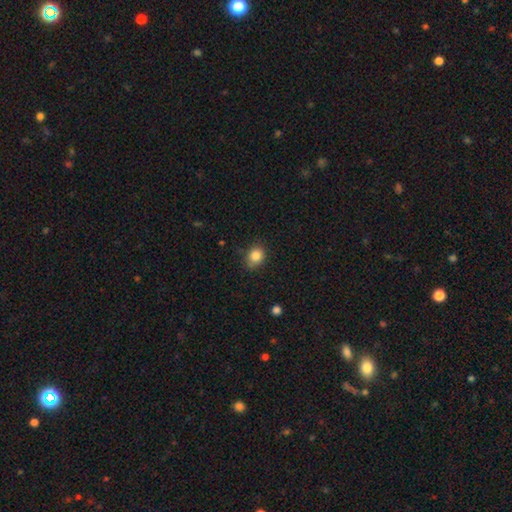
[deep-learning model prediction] smooth_or_featured: smooth (p=0.84) [alt: star or artifact p=0.10]
how_rounded: round (p=0.64) [alt: in between p=0.35]
merging: none (p=0.75) [alt: minor disturbance p=0.19]